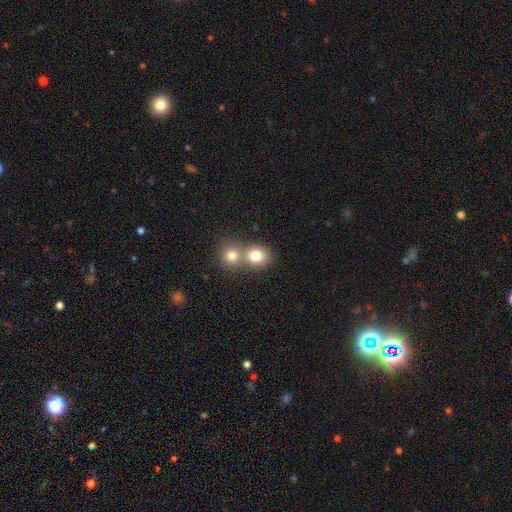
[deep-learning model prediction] This is likely a smooth galaxy (79%). How rounded: likely round (76%). Merging: possibly merger (52%).